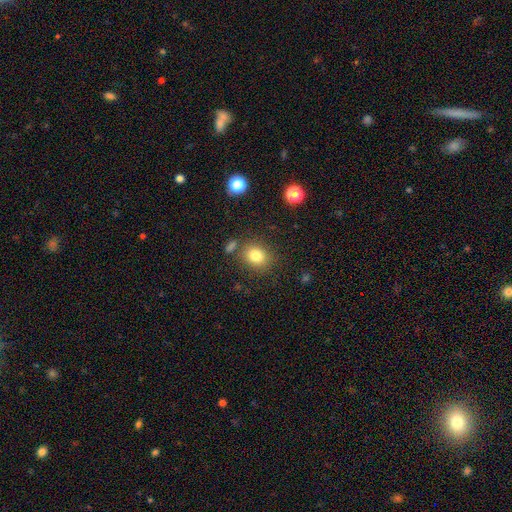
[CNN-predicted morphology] This is clearly a smooth galaxy (80%). How rounded: likely round (66%). Merging: likely none (79%).